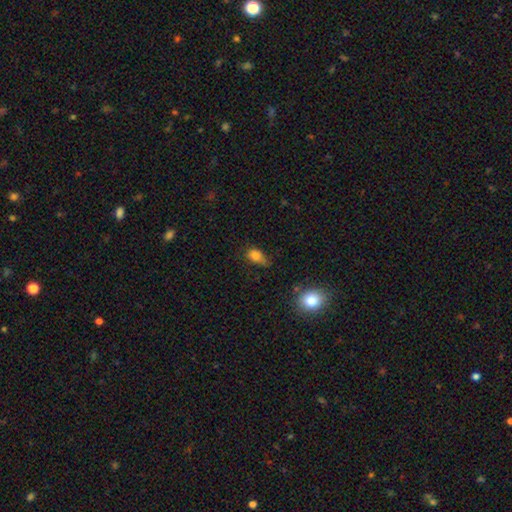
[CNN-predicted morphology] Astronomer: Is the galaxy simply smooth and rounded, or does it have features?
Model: smooth — 80%.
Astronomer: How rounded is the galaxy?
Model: in between — 80%.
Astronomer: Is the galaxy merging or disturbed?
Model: minor disturbance — 40%, tied with none at 40%.